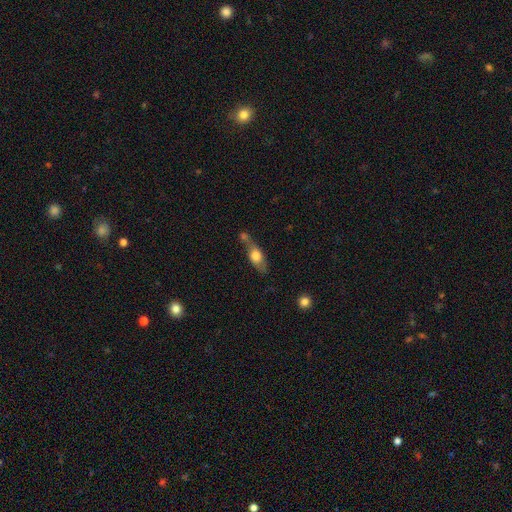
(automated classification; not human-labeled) This is likely a smooth galaxy (60%). How rounded: likely in between (66%). Merging: marginally none (39%).